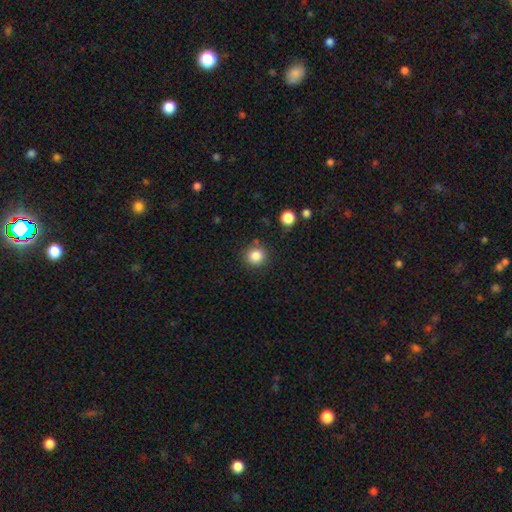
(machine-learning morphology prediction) smooth-or-featured: smooth: 85% | star or artifact: 10% | featured or disk: 5%
  how-rounded: round: 91% | in between: 8% | cigar-shaped: 1%
  merging: none: 85% | minor disturbance: 9% | merger: 3% | major disturbance: 3%